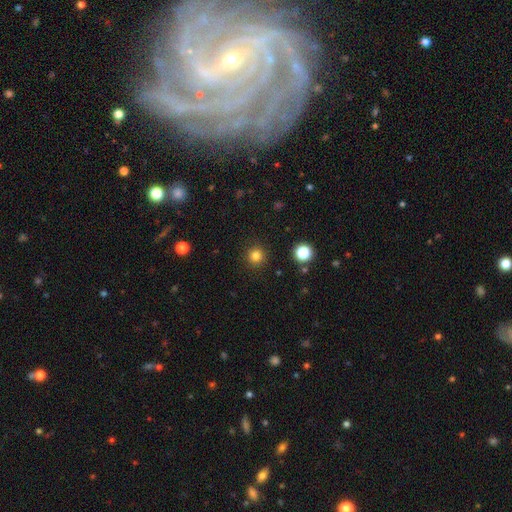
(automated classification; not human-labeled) Overall: smooth (82%). How rounded: round (96%). Merging: none (92%).